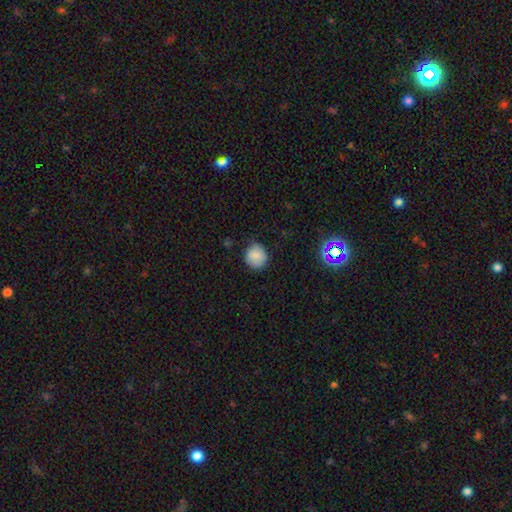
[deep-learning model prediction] Morphology: type=smooth (79%); roundness=round (82%); merging=none (75%).